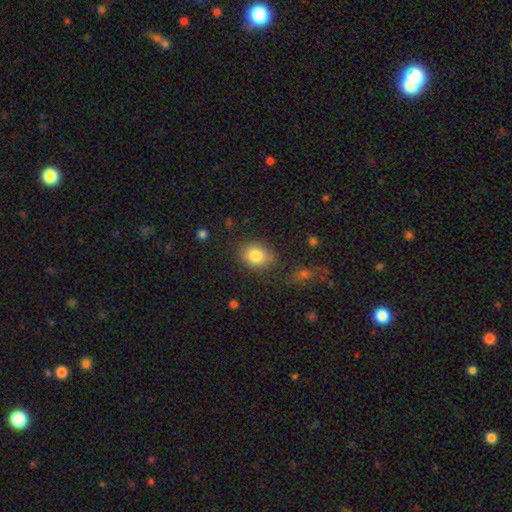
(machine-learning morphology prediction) smooth 82%, featured or disk 9%, star or artifact 9%. Down the decision tree: how rounded — in between (55%); merging — none (80%).